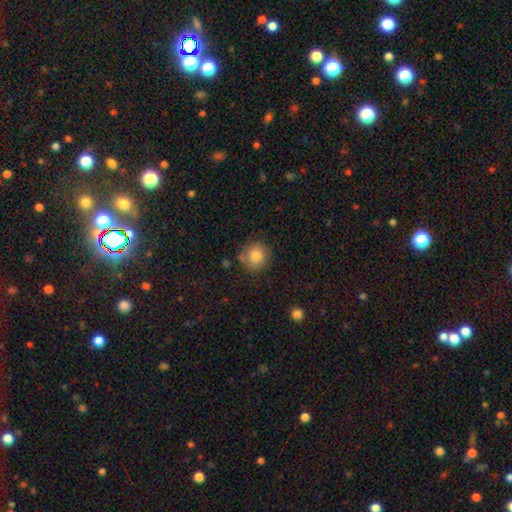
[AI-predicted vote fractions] Overall: smooth (83%). How rounded: round (91%). Merging: none (80%).